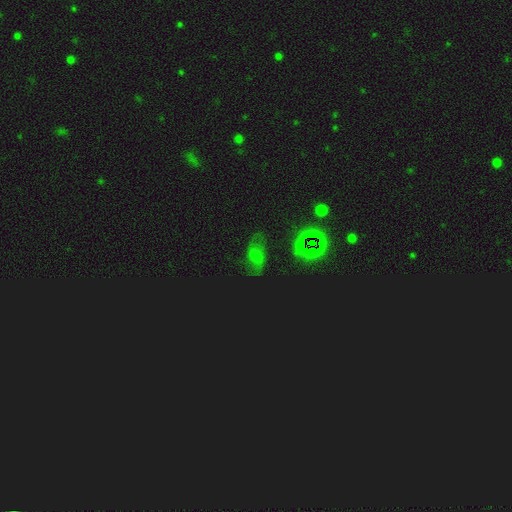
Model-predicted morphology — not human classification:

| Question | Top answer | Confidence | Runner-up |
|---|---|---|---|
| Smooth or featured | star or artifact | 42% | featured or disk (30%) |